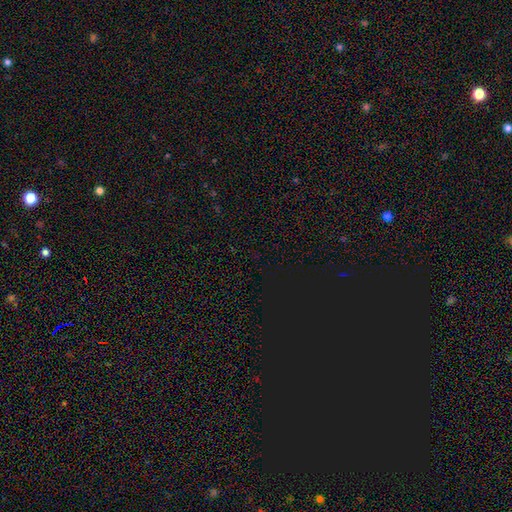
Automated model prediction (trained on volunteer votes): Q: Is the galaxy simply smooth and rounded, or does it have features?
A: star or artifact — 74%.